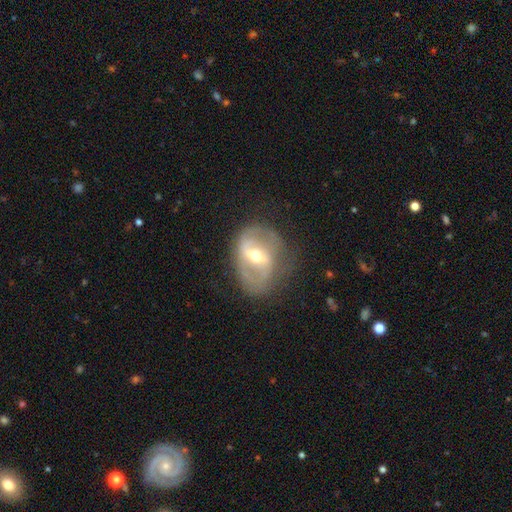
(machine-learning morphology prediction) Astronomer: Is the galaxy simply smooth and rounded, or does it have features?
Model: featured or disk — 78%.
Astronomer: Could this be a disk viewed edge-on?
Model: no — 95%.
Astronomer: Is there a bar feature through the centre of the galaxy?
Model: strong — 42% (runner-up: weak, 41%).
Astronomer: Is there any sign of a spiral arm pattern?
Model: yes — 76%.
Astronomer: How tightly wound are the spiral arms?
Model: medium — 43% (runner-up: loose, 32%).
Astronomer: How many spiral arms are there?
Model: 2 — 72%.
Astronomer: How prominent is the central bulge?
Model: moderate — 63%.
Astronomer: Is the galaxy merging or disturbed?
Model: none — 59%.